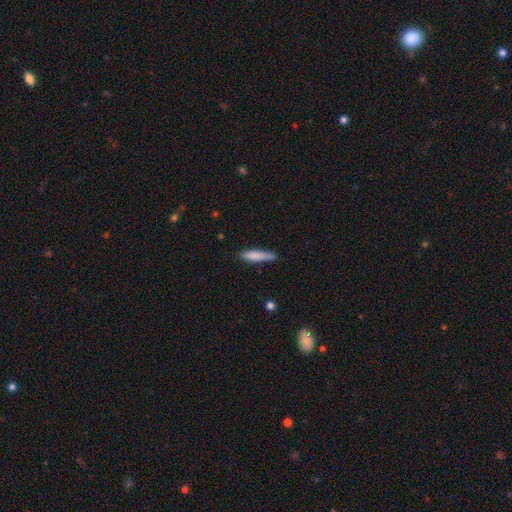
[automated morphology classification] Q: Smooth or featured?
A: smooth (78%); runner-up: featured or disk (16%)
Q: How rounded?
A: cigar-shaped (82%); runner-up: in between (16%)
Q: Merging?
A: none (70%); runner-up: minor disturbance (23%)